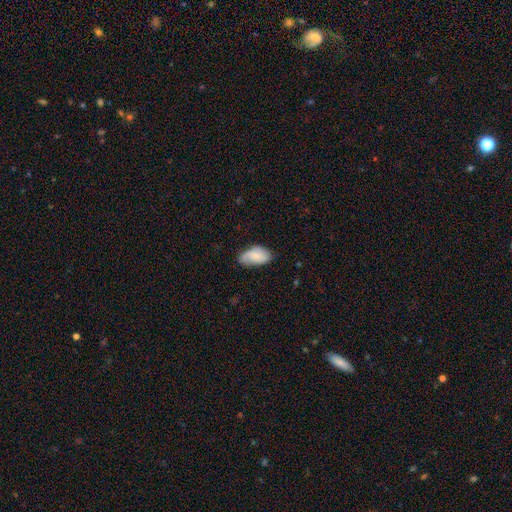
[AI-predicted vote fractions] Smooth or featured? Predicted: smooth (p=0.61). How rounded? Predicted: in between (p=0.93). Merging? Predicted: none (p=0.61).